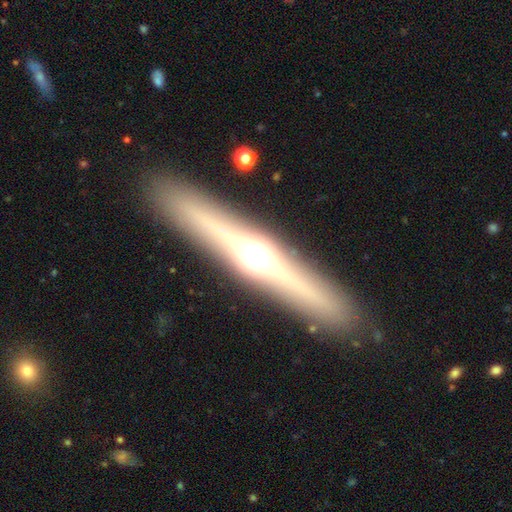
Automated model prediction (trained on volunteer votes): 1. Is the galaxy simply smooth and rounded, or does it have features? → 70% featured or disk, 23% smooth, 8% star or artifact.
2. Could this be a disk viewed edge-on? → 95% yes, 5% no.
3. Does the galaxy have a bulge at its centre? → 92% rounded, 5% boxy, 3% none.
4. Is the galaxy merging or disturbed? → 90% none, 7% minor disturbance, 2% major disturbance, 1% merger.